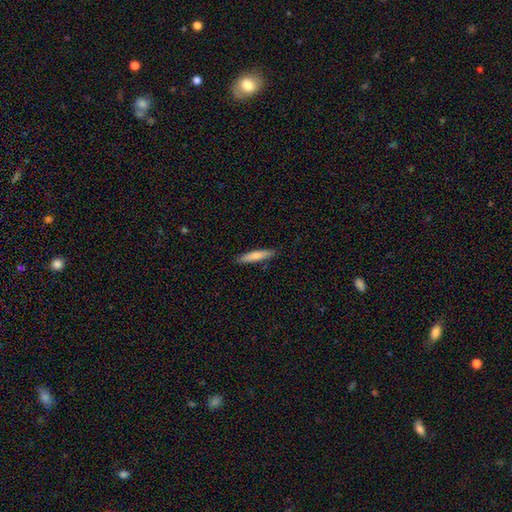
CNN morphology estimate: This appears to be a smooth galaxy with no disk features (75%) that is cigar-shaped (88%). Merging: none (88%).